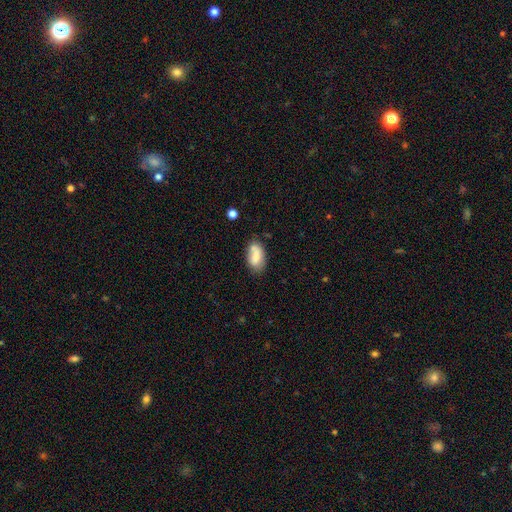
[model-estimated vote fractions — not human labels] smooth-or-featured: smooth: 73% | featured or disk: 19% | star or artifact: 8%
  how-rounded: in between: 91% | round: 5% | cigar-shaped: 4%
  merging: none: 62% | minor disturbance: 23% | merger: 9% | major disturbance: 6%